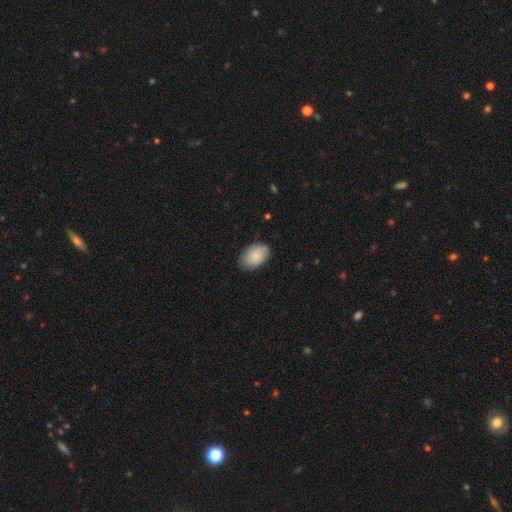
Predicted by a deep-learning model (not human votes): Overall: smooth (85%). How rounded: in between (88%). Merging: none (80%).